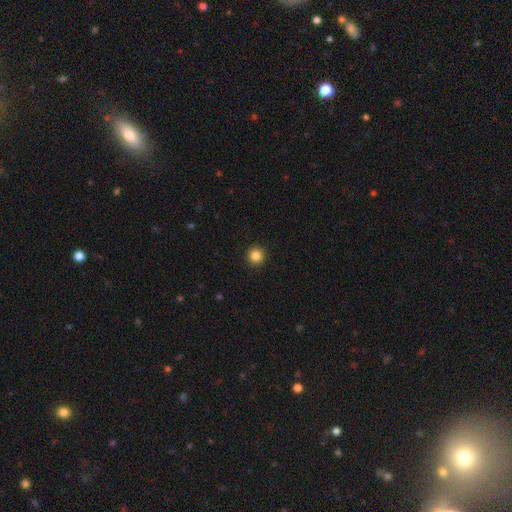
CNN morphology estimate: smooth-or-featured: smooth: 86% | star or artifact: 11% | featured or disk: 4%
  how-rounded: round: 95% | in between: 4% | cigar-shaped: 1%
  merging: none: 93% | minor disturbance: 4% | major disturbance: 2% | merger: 1%